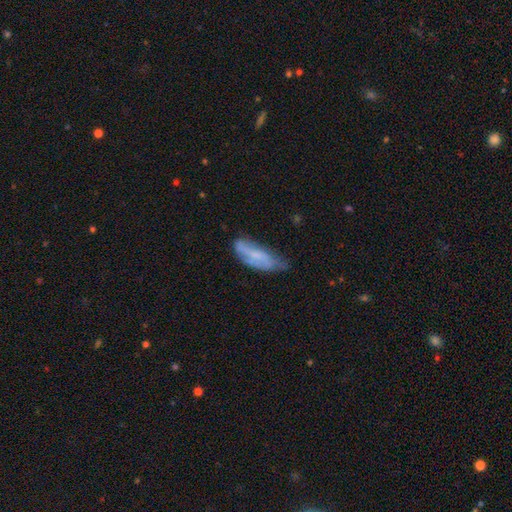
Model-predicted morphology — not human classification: This appears to be a featured or disk galaxy (49%). Merging: none (47%).